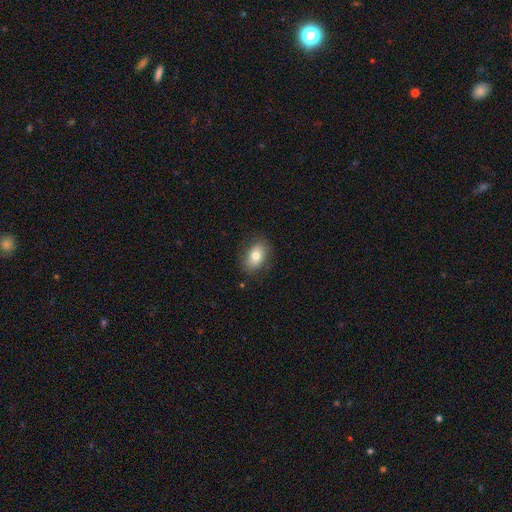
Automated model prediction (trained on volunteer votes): Overall: smooth (77%). How rounded: in between (83%). Merging: none (83%).